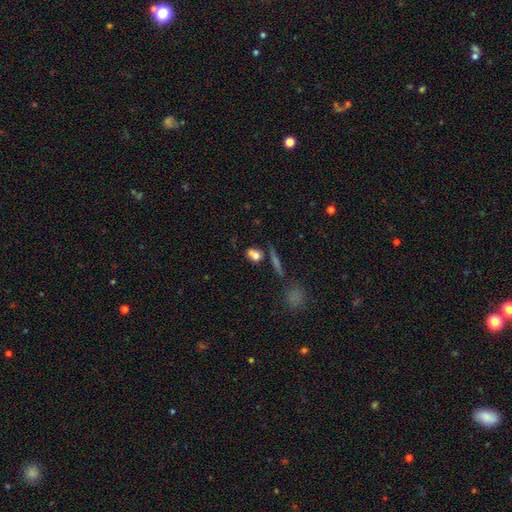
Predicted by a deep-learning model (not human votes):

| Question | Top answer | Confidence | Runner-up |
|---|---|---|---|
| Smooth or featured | smooth | 72% | featured or disk (15%) |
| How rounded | in between | 50% | round (41%) |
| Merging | none | 51% | merger (23%) |